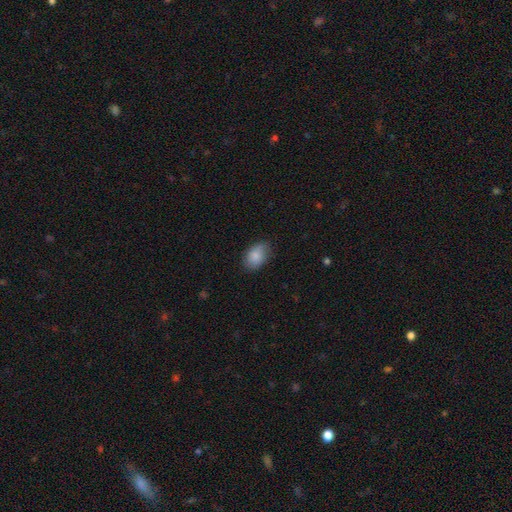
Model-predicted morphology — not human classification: Q: Smooth or featured?
A: smooth (85%); runner-up: featured or disk (8%)
Q: How rounded?
A: in between (85%); runner-up: round (13%)
Q: Merging?
A: none (76%); runner-up: minor disturbance (19%)